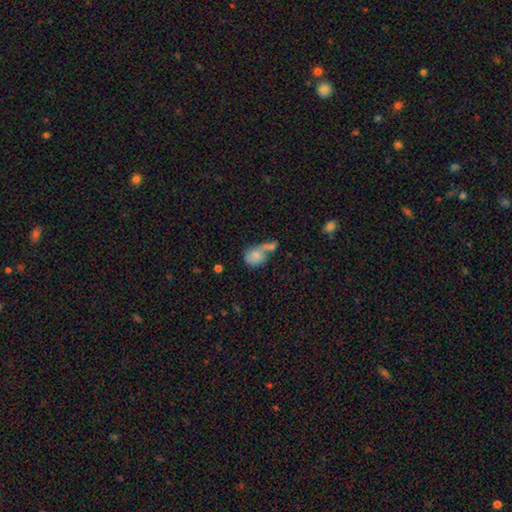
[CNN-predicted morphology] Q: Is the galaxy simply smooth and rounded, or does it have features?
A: smooth — 74%.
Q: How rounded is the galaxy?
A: in between — 58%.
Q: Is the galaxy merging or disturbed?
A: merger — 53%.